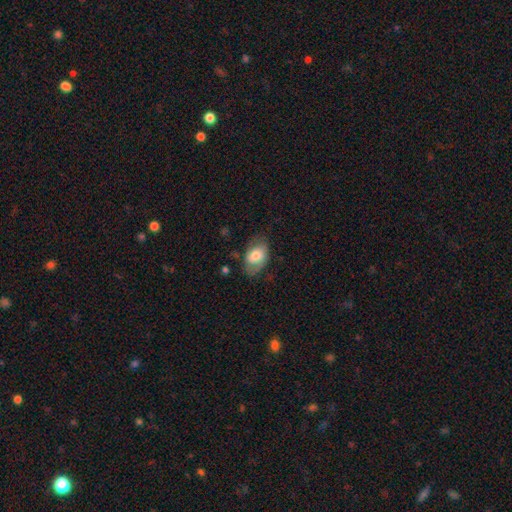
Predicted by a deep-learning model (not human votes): Smooth or featured? smooth (67%)
How rounded? in between (88%)
Merging? none (63%)